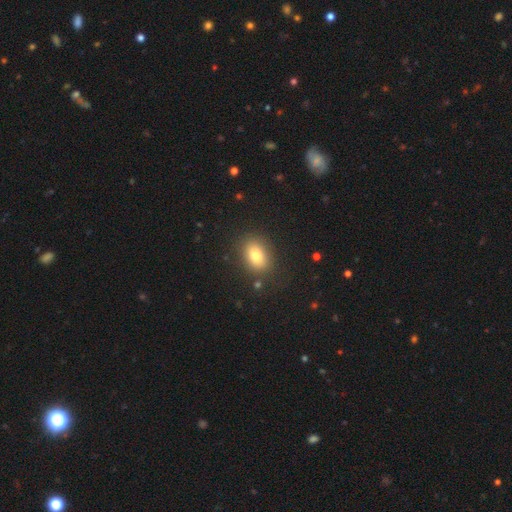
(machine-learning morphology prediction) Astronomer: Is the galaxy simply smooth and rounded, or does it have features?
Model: smooth — 80%.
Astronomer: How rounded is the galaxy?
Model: in between — 73%.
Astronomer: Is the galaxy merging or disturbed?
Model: none — 84%.